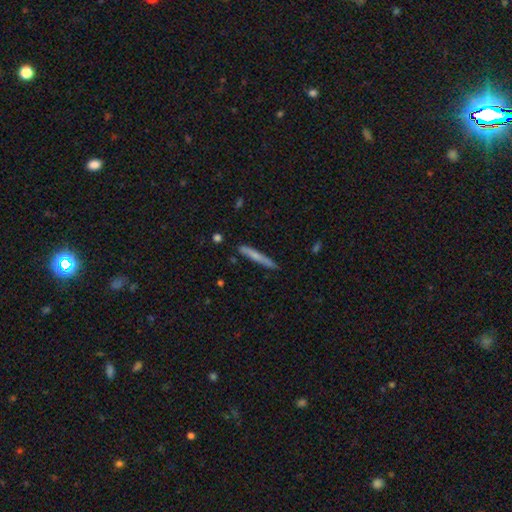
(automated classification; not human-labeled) smooth-or-featured: smooth: 56% | featured or disk: 38% | star or artifact: 6%
  how-rounded: cigar-shaped: 95% | in between: 3% | round: 1%
  merging: none: 84% | minor disturbance: 12% | major disturbance: 2% | merger: 2%